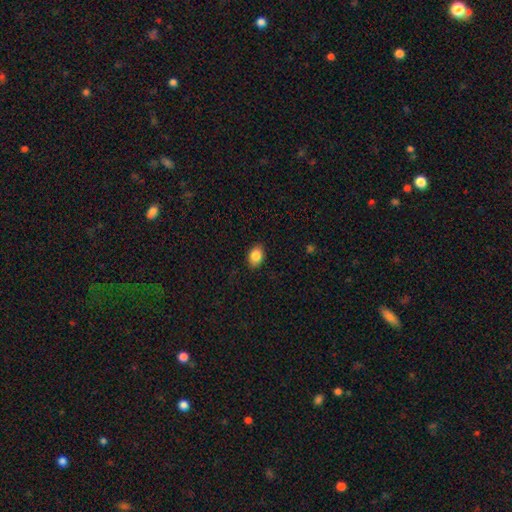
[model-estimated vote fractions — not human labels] A smooth galaxy with no disk features (85%) that is in between round and cigar-shaped (78%).

Vote fractions:
- Smooth or featured? smooth: 85% / star or artifact: 8% / featured or disk: 6%
- How rounded? in between: 78% / round: 21% / cigar-shaped: 1%
- Merging? none: 88% / minor disturbance: 9% / major disturbance: 2% / merger: 1%